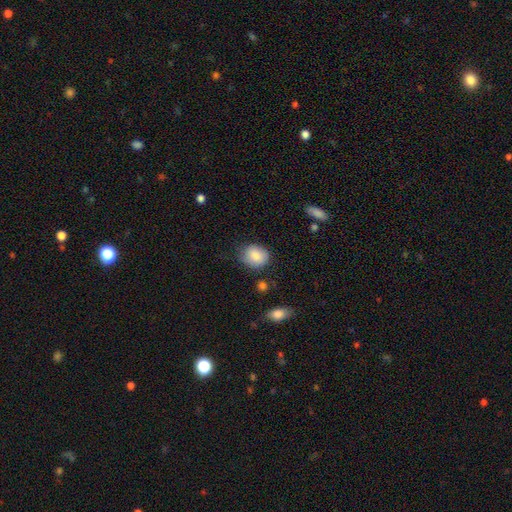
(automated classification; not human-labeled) The model was most divided on "how rounded": round: 61%, in between: 38%, cigar-shaped: 1%. More confident: smooth or featured — smooth (84%); merging — none (73%).